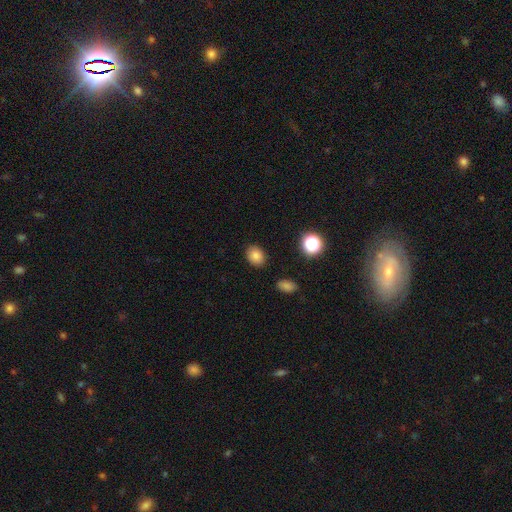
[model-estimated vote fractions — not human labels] This appears to be a smooth galaxy with no disk features (83%) that is in between round and cigar-shaped (57%). Merging: none (86%).